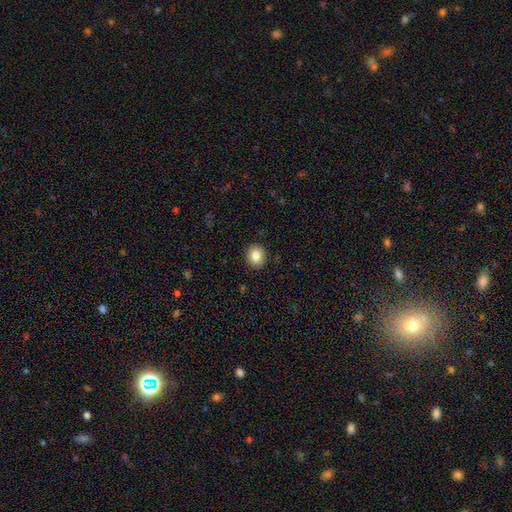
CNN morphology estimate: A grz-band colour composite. It shows a smooth galaxy with no disk features (83%) that is round (79%). Merging: none (91%).